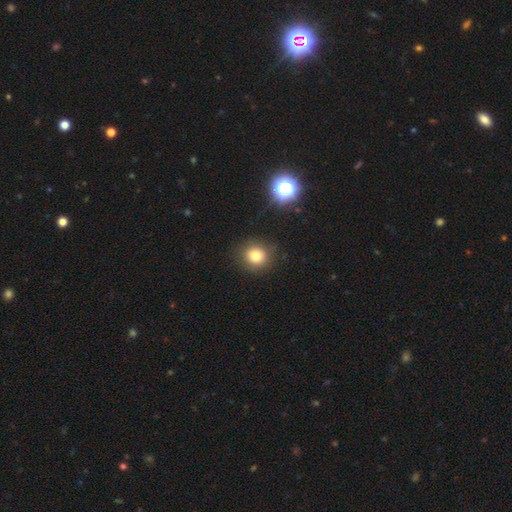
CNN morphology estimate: This appears to be a smooth galaxy with no disk features (76%) that is round (86%). Merging: none (85%).